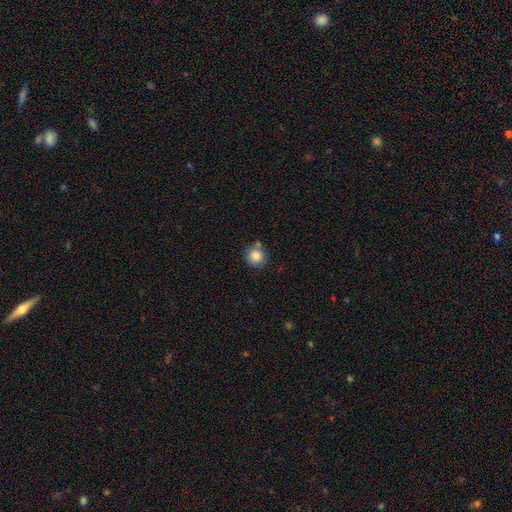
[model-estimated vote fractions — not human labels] smooth 84%, star or artifact 9%, featured or disk 6%. Down the decision tree: how rounded — round (90%); merging — none (69%).